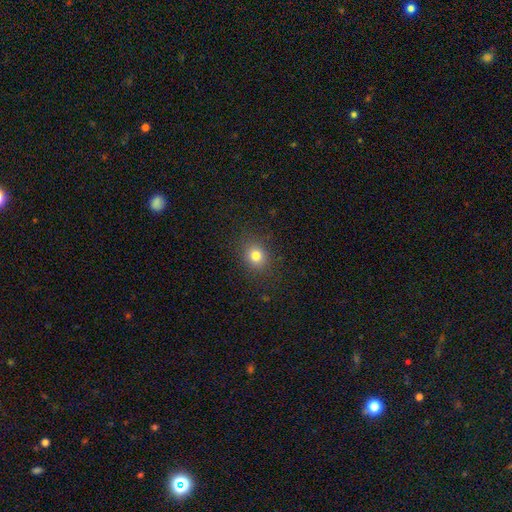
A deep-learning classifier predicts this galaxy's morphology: Overall: smooth (79%). How rounded: round (74%). Merging: none (88%).